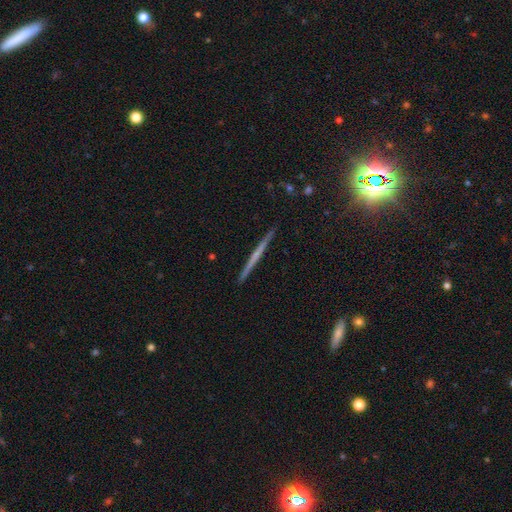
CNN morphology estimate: smooth_or_featured: featured or disk (p=0.59) [alt: smooth p=0.33]
disk_edge_on: yes (p=0.98) [alt: no p=0.02]
edge_on_bulge: none (p=0.78) [alt: rounded p=0.16]
merging: none (p=0.92) [alt: minor disturbance p=0.06]